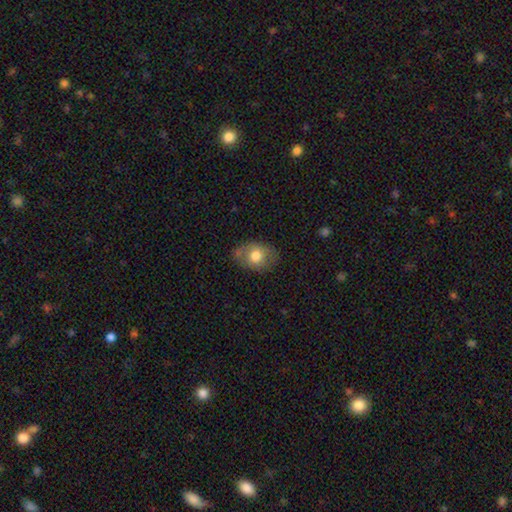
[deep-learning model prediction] This is likely a smooth galaxy (71%). How rounded: likely in between (72%). Merging: likely none (71%).